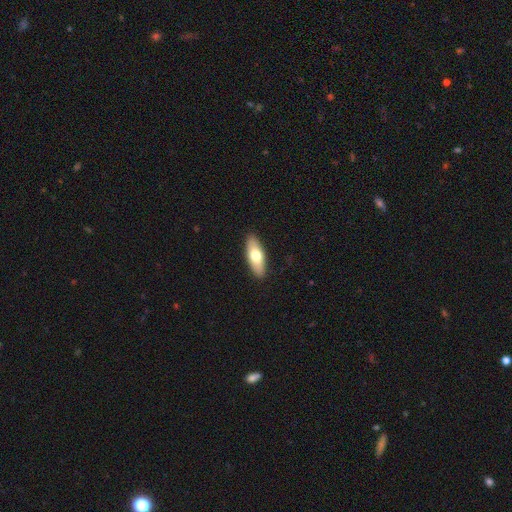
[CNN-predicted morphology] Q: Smooth or featured?
A: smooth (69%); runner-up: featured or disk (26%)
Q: How rounded?
A: in between (70%); runner-up: cigar-shaped (28%)
Q: Merging?
A: none (90%); runner-up: minor disturbance (8%)